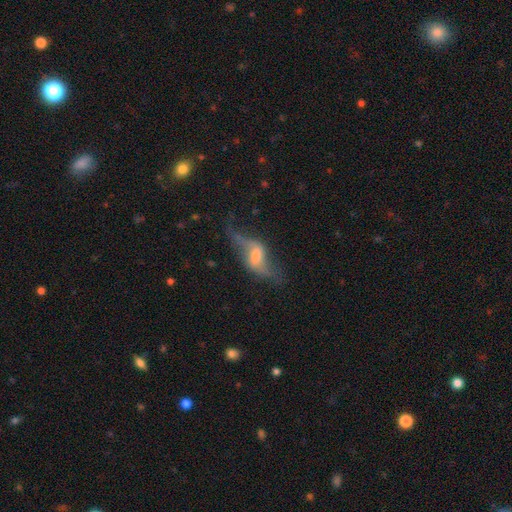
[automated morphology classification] The model was most divided on "bar": weak: 43%, no: 32%, strong: 25%. Remaining: spiral arms — yes (82%); edge-on disk — no (77%); smooth or featured — featured or disk (72%); merging — none (51%); bulge size — moderate (47%).